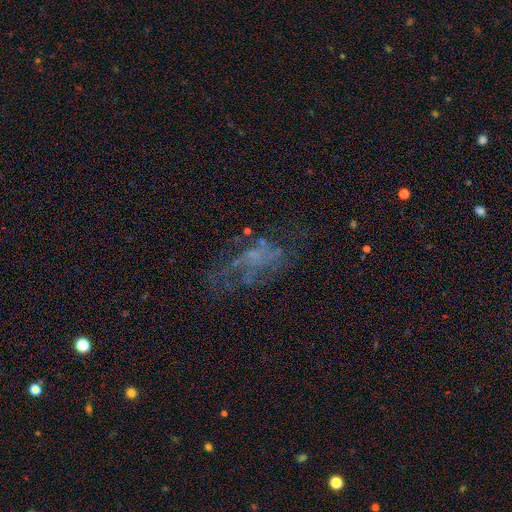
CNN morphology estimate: This appears to be a featured or disk galaxy (49%). Merging: none (50%).